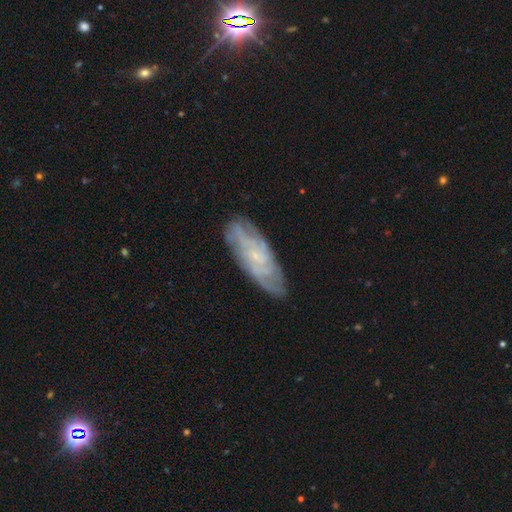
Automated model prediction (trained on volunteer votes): Q: Smooth or featured?
A: featured or disk (68%); runner-up: smooth (24%)
Q: Edge-on disk?
A: no (83%); runner-up: yes (17%)
Q: Bar?
A: no (66%); runner-up: weak (29%)
Q: Spiral arms?
A: yes (83%); runner-up: no (17%)
Q: Bulge size?
A: small (73%); runner-up: moderate (15%)
Q: Merging?
A: none (78%); runner-up: minor disturbance (17%)